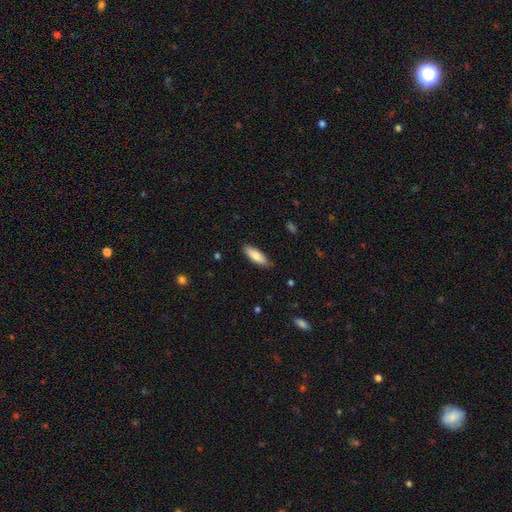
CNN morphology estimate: Smooth or featured? Predicted: smooth (p=0.81). How rounded? Predicted: in between (p=0.56). Merging? Predicted: none (p=0.85).